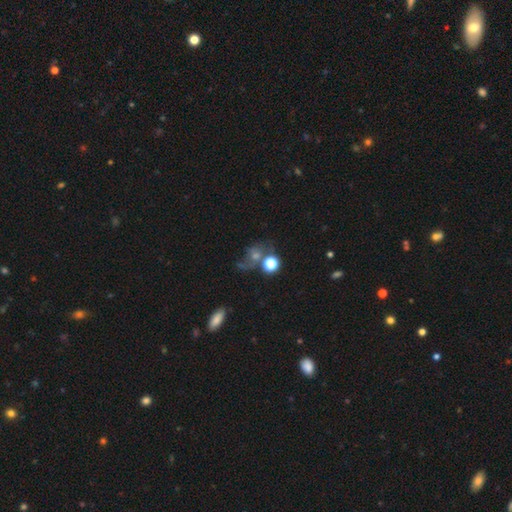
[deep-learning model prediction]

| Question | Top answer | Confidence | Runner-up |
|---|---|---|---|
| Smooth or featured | smooth | 37% | star or artifact (33%) |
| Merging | none | 47% | major disturbance (19%) |